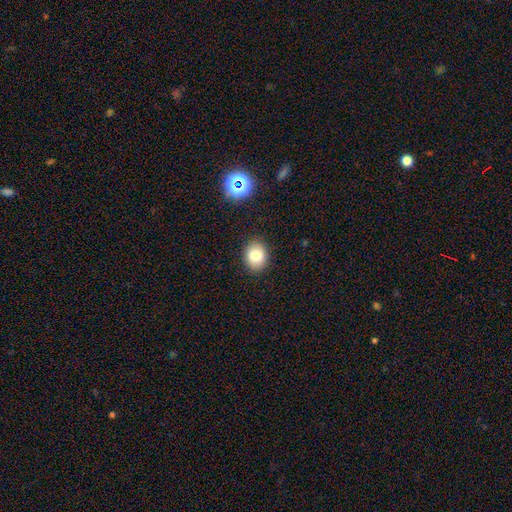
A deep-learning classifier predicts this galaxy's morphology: A smooth galaxy with no disk features (79%) that is round (53%). Merging: none (89%).